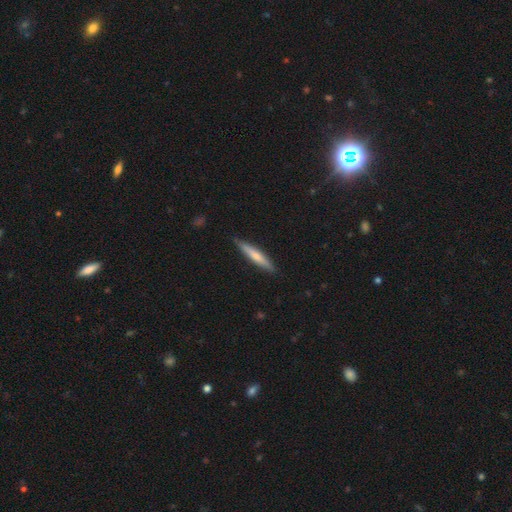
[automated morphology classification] Smooth or featured?
  - smooth: 56% *
  - featured or disk: 38%
  - star or artifact: 5%
How rounded?
  - cigar-shaped: 92% *
  - in between: 7%
  - round: 1%
Merging?
  - none: 88% *
  - minor disturbance: 9%
  - major disturbance: 2%
  - merger: 1%